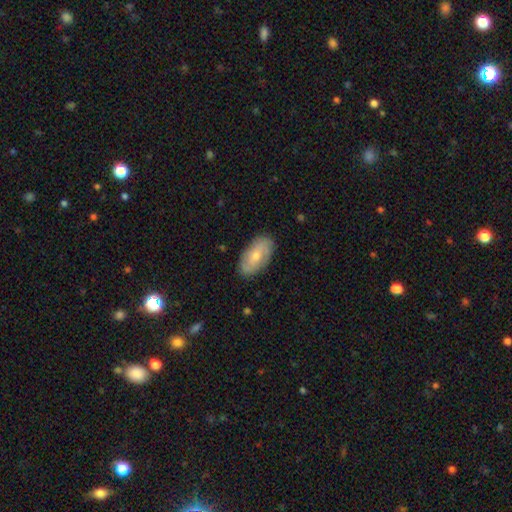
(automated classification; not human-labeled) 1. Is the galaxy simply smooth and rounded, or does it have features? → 51% smooth, 41% featured or disk, 7% star or artifact.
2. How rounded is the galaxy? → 91% in between, 6% cigar-shaped, 4% round.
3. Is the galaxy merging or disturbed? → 86% none, 11% minor disturbance, 2% major disturbance, 1% merger.